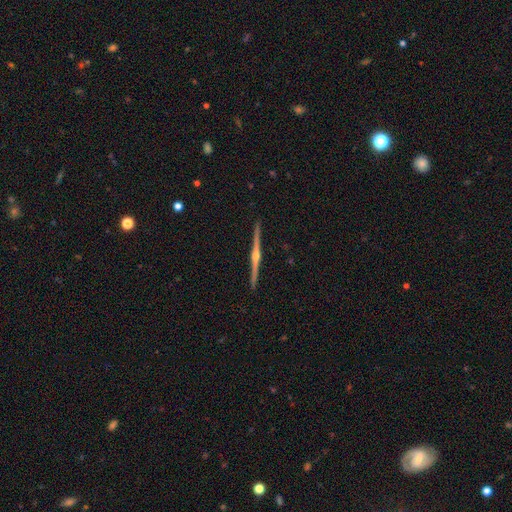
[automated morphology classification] This is clearly a featured or disk galaxy (88%). It is clearly viewed edge-on (99%). Edge-on bulge: clearly rounded (93%). Merging: clearly none (94%).